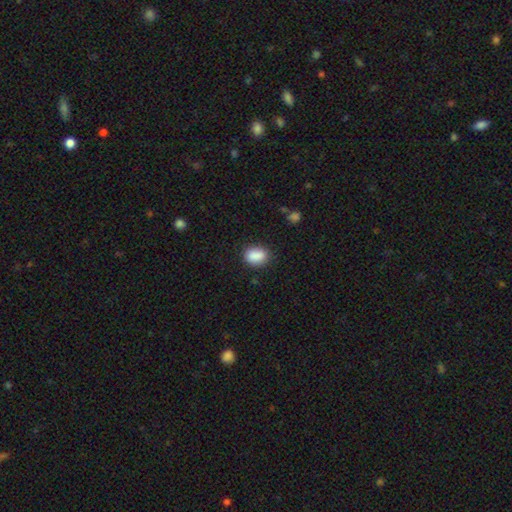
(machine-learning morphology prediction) smooth_or_featured: smooth (p=0.88) [alt: star or artifact p=0.08]
how_rounded: in between (p=0.72) [alt: round p=0.26]
merging: none (p=0.81) [alt: minor disturbance p=0.14]